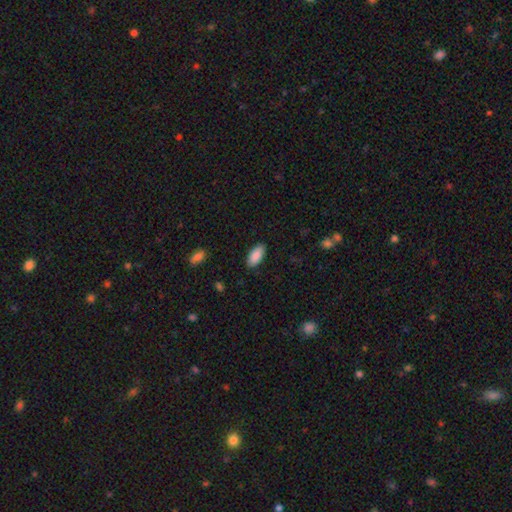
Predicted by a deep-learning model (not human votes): Morphology: type=smooth (89%); roundness=in between (90%); merging=none (88%).